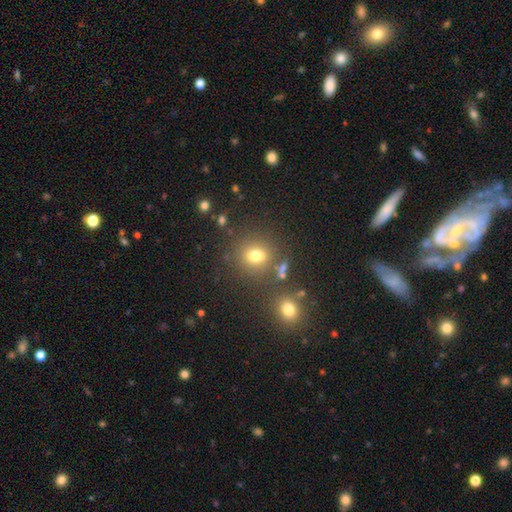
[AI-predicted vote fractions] This appears to be a smooth galaxy with no disk features (73%) that is round (63%). Merging: none (72%).